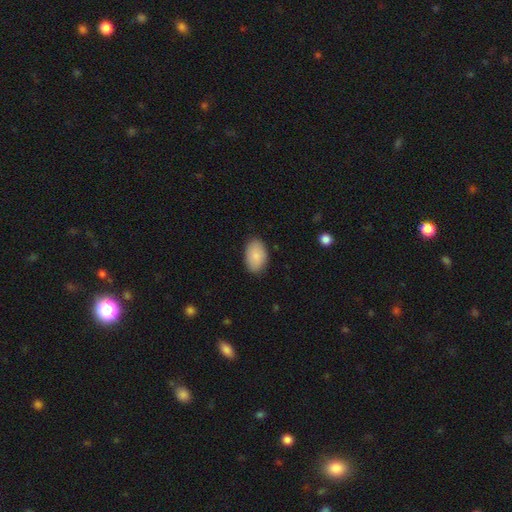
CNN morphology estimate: Smooth or featured: smooth — 87% (featured or disk — 7%)
How rounded: in between — 92% (round — 7%)
Merging: none — 86% (minor disturbance — 11%)